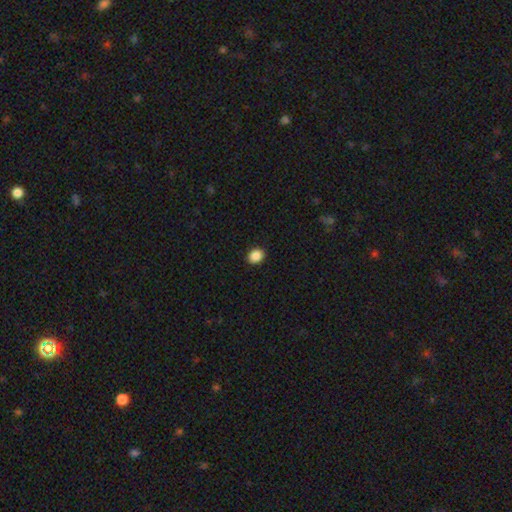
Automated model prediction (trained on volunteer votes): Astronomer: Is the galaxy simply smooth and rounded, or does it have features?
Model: smooth — 89%.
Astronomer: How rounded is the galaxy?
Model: round — 57% (runner-up: in between, 43%).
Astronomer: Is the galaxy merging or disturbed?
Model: none — 91%.